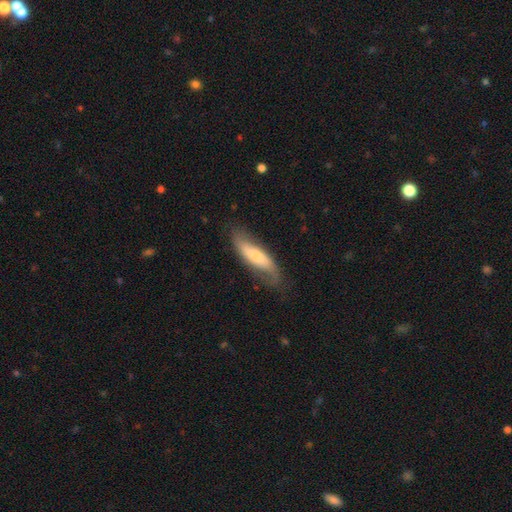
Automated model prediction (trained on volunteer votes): A featured or disk galaxy (50%).

Vote fractions:
- Smooth or featured? featured or disk: 50% / smooth: 44% / star or artifact: 6%
- Merging? none: 67% / minor disturbance: 23% / major disturbance: 9% / merger: 2%